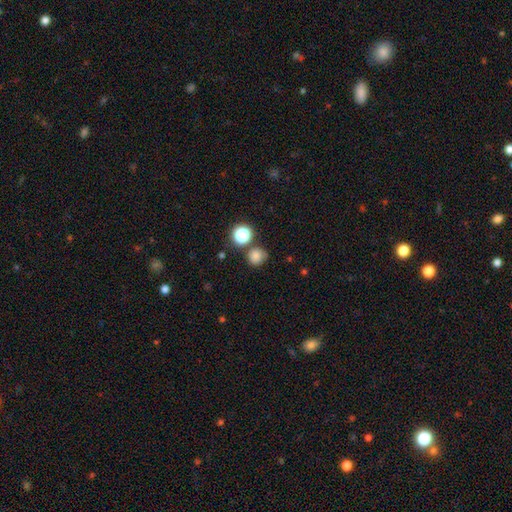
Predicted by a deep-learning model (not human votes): Morphology: type=smooth (78%); roundness=round (88%); merging=none (69%).